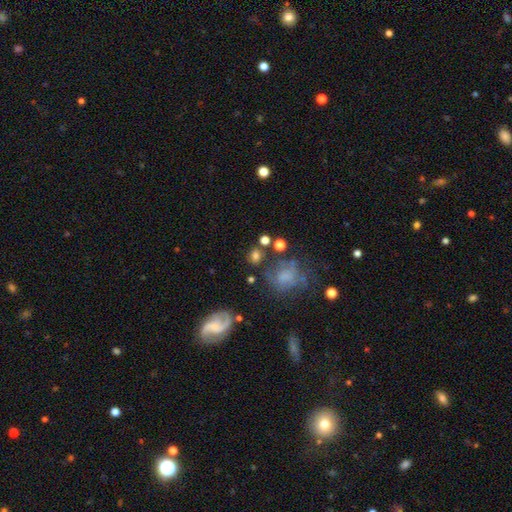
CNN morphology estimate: This appears to be a smooth galaxy with no disk features (68%) that is round (69%). Merging: none (63%).